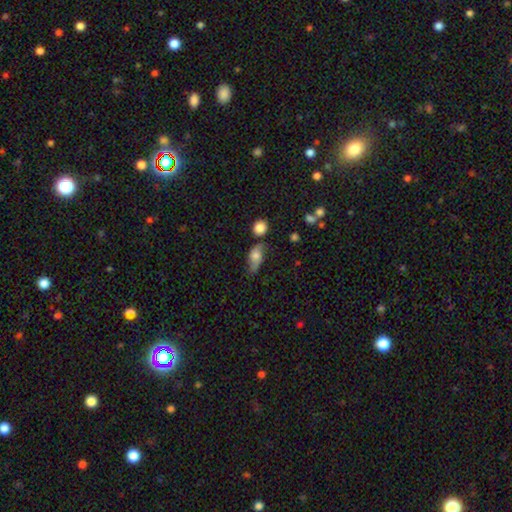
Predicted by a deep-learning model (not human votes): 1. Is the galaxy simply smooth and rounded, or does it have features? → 59% smooth, 32% featured or disk, 9% star or artifact.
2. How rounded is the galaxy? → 78% in between, 14% round, 9% cigar-shaped.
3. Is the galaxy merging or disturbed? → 43% none, 32% minor disturbance, 15% major disturbance, 10% merger.